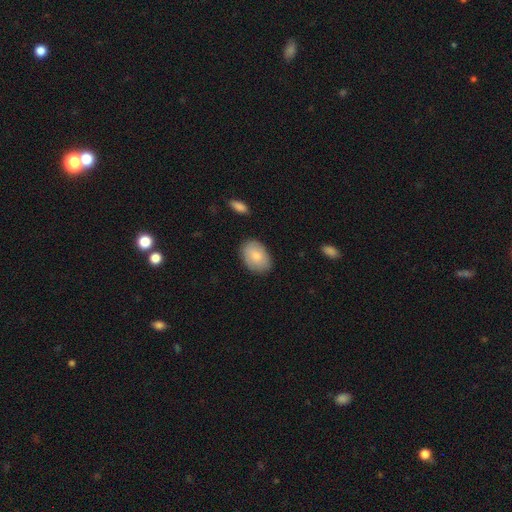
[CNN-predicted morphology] smooth_or_featured: smooth (p=0.82) [alt: featured or disk p=0.12]
how_rounded: in between (p=0.83) [alt: round p=0.16]
merging: none (p=0.83) [alt: minor disturbance p=0.13]